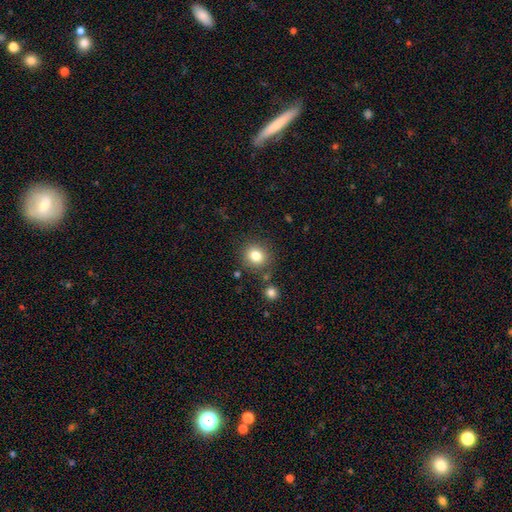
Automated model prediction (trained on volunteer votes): Q: Smooth or featured?
A: smooth (81%); runner-up: star or artifact (11%)
Q: How rounded?
A: round (84%); runner-up: in between (15%)
Q: Merging?
A: none (82%); runner-up: minor disturbance (9%)